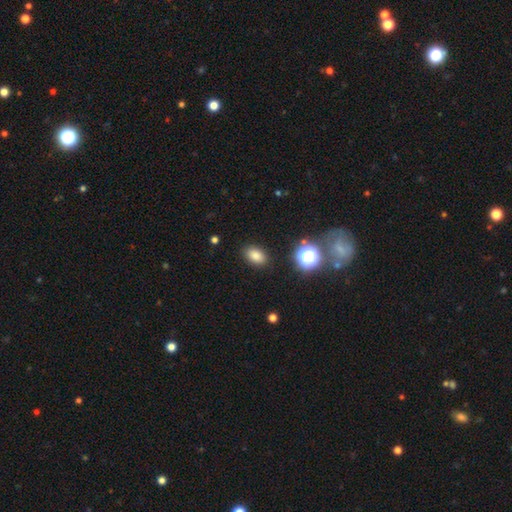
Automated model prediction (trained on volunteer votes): This appears to be a smooth galaxy with no disk features (81%) that is in between round and cigar-shaped (83%). Merging: none (87%).